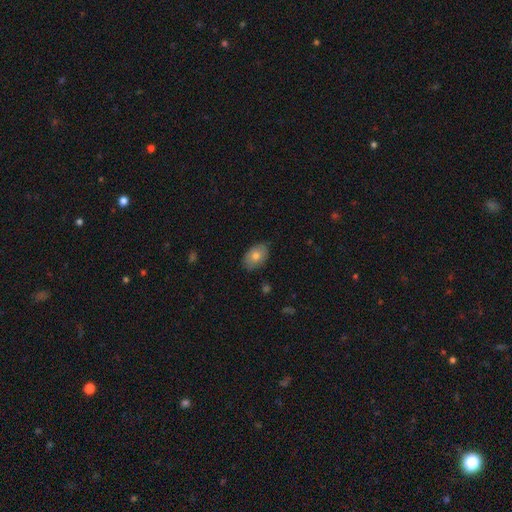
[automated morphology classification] This is likely a smooth galaxy (75%). How rounded: clearly in between (87%). Merging: clearly none (81%).